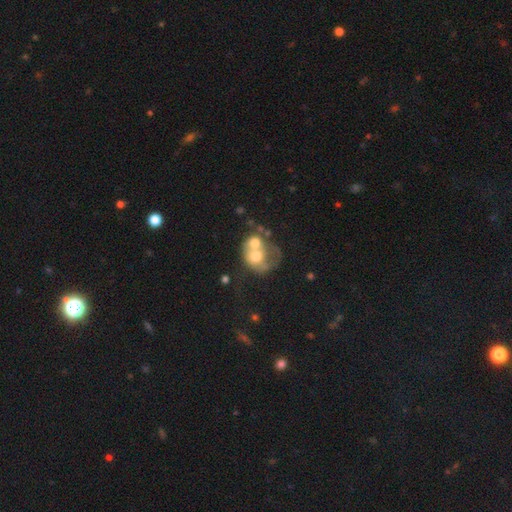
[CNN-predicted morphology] The model was most divided on "smooth or featured": smooth: 51%, featured or disk: 40%, star or artifact: 9%. More confident: merging — merger (69%); how rounded — round (60%).